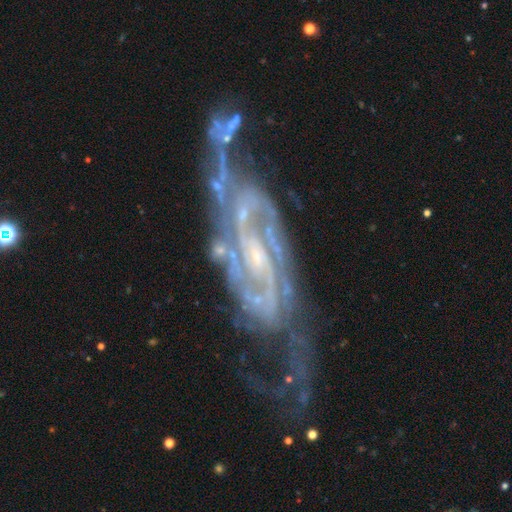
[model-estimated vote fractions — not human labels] Smooth or featured: featured or disk — 90% (star or artifact — 6%)
Edge-on disk: no — 93% (yes — 7%)
Bar: strong — 42% (weak — 39%)
Spiral arms: yes — 98% (no — 2%)
Spiral winding: medium — 45% (tight — 42%)
Spiral arm count: 2 — 64% (can't tell — 12%)
Bulge size: small — 75% (moderate — 15%)
Merging: none — 56% (minor disturbance — 20%)